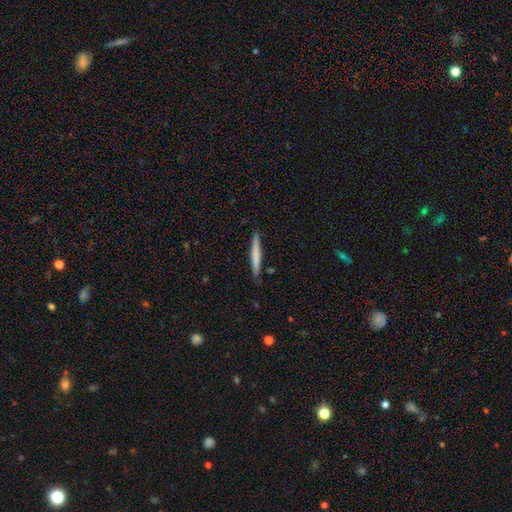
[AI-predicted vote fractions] smooth-or-featured: smooth: 66% | featured or disk: 29% | star or artifact: 5%
  how-rounded: cigar-shaped: 96% | in between: 3% | round: 1%
  merging: none: 88% | minor disturbance: 9% | major disturbance: 2% | merger: 1%